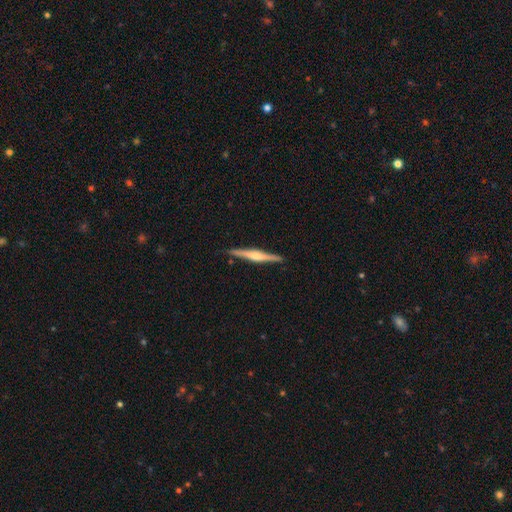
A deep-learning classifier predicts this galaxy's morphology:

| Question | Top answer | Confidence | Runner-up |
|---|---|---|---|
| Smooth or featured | featured or disk | 70% | smooth (25%) |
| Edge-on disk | yes | 98% | no (2%) |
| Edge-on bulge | rounded | 72% | boxy (16%) |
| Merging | none | 90% | minor disturbance (8%) |